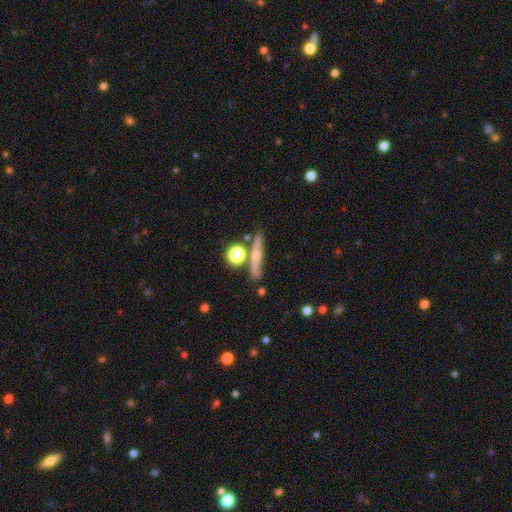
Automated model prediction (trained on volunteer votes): Smooth or featured: featured or disk — 56% (smooth — 31%)
Edge-on disk: yes — 89% (no — 11%)
Merging: none — 74% (minor disturbance — 11%)